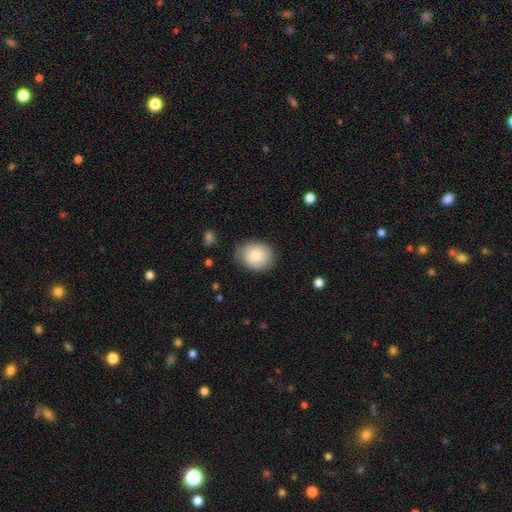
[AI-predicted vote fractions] This appears to be a smooth galaxy with no disk features (76%) that is round (56%). Merging: none (70%).